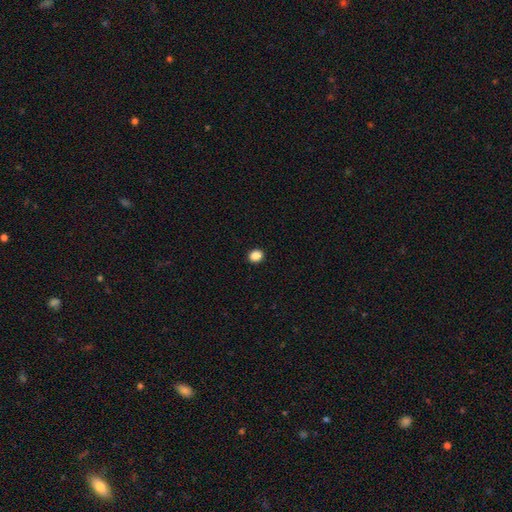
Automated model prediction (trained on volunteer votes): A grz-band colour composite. It shows a smooth galaxy with no disk features (88%) that is round (67%). Merging: none (92%).